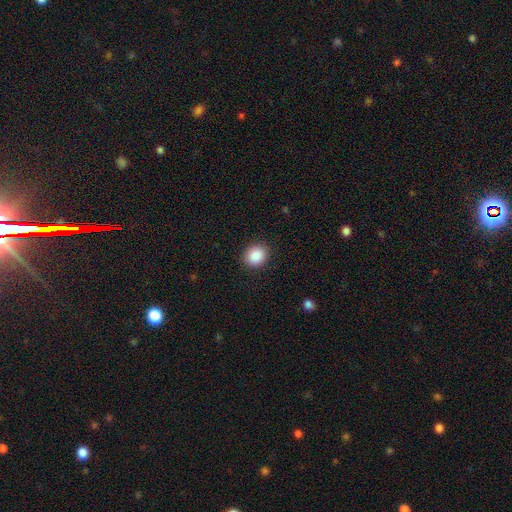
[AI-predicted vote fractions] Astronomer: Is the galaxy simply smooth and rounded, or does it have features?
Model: smooth — 88%.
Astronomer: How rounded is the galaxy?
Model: round — 75%.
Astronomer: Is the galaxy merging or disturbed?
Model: none — 90%.